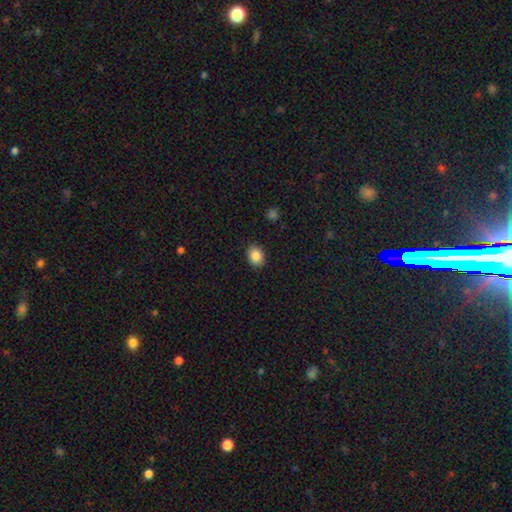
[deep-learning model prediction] The model was most divided on "how rounded": in between: 60%, round: 39%, cigar-shaped: 1%. More confident: merging — none (88%); smooth or featured — smooth (87%).